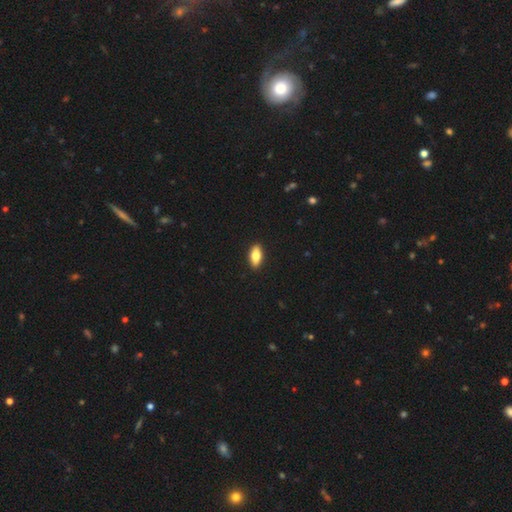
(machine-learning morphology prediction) A smooth galaxy with no disk features (78%) that is in between round and cigar-shaped (84%).

Vote fractions:
- Smooth or featured? smooth: 78% / featured or disk: 15% / star or artifact: 6%
- How rounded? in between: 84% / cigar-shaped: 13% / round: 3%
- Merging? none: 91% / minor disturbance: 7% / major disturbance: 1% / merger: 1%